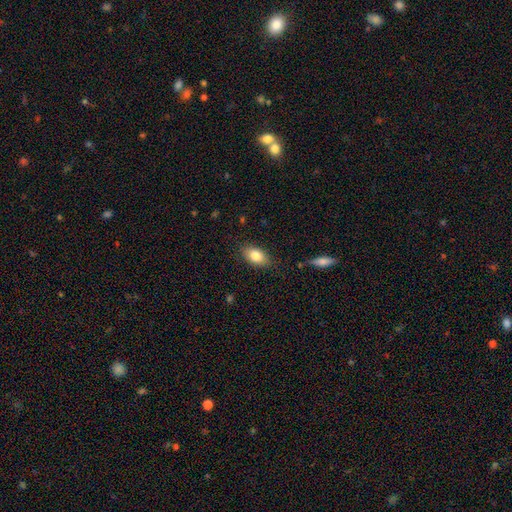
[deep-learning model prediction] Smooth or featured: smooth — 82% (featured or disk — 10%)
How rounded: in between — 88% (round — 8%)
Merging: none — 83% (minor disturbance — 13%)